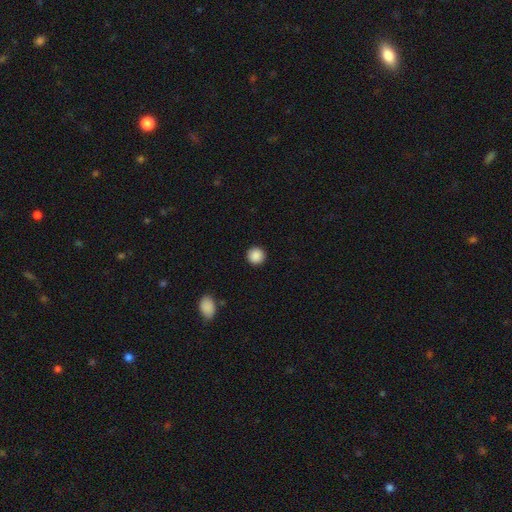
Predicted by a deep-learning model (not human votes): smooth_or_featured: smooth (p=0.89) [alt: star or artifact p=0.09]
how_rounded: round (p=0.95) [alt: in between p=0.04]
merging: none (p=0.92) [alt: minor disturbance p=0.05]